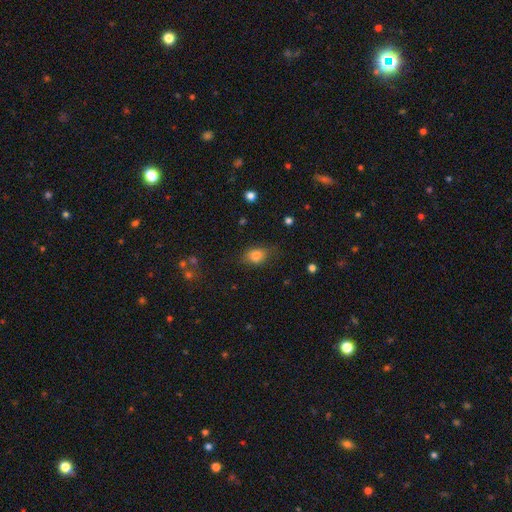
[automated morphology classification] Overall: smooth (81%). How rounded: in between (63%; round 35%). Merging: none (67%).